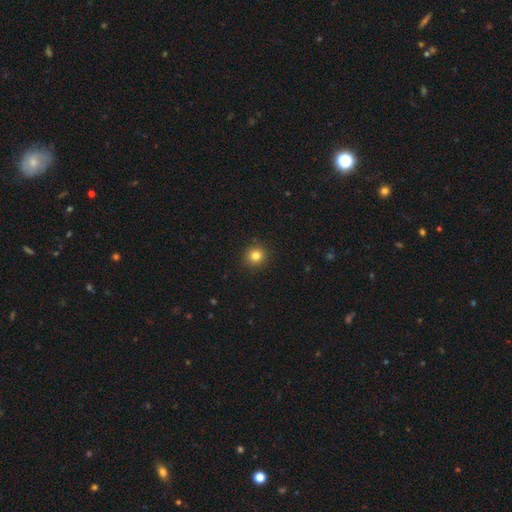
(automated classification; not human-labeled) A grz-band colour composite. It shows a smooth galaxy with no disk features (82%) that is round (93%). Merging: none (91%).